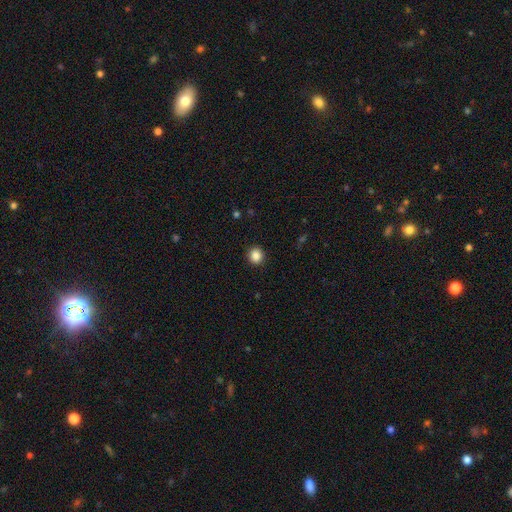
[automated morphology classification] This appears to be a smooth galaxy with no disk features (86%) that is round (90%). Merging: none (92%).